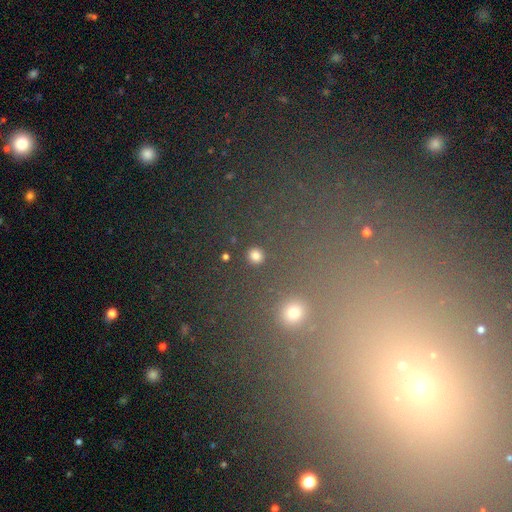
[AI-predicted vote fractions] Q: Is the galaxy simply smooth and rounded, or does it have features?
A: smooth — 80%.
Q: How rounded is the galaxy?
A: round — 92%.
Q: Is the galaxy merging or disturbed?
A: none — 90%.